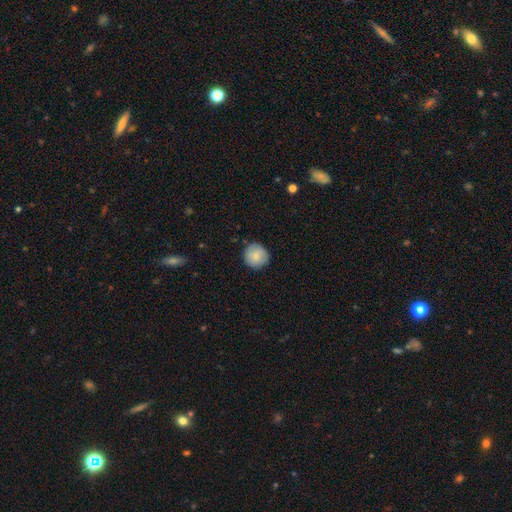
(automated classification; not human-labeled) Q: Smooth or featured?
A: smooth (85%); runner-up: featured or disk (8%)
Q: How rounded?
A: round (94%); runner-up: in between (5%)
Q: Merging?
A: none (86%); runner-up: minor disturbance (11%)